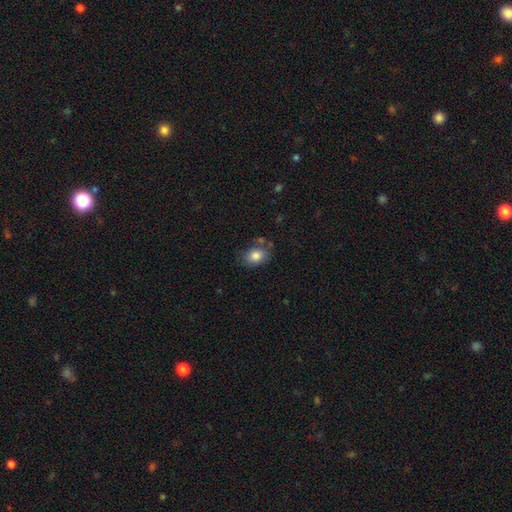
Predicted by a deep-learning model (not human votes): Smooth or featured? Predicted: smooth (p=0.83). How rounded? Predicted: in between (p=0.66). Merging? Predicted: none (p=0.70).